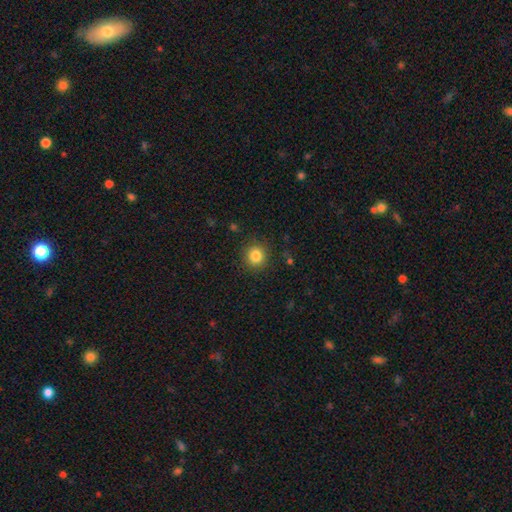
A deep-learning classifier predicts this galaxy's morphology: Overall: smooth (84%). How rounded: round (91%). Merging: none (89%).